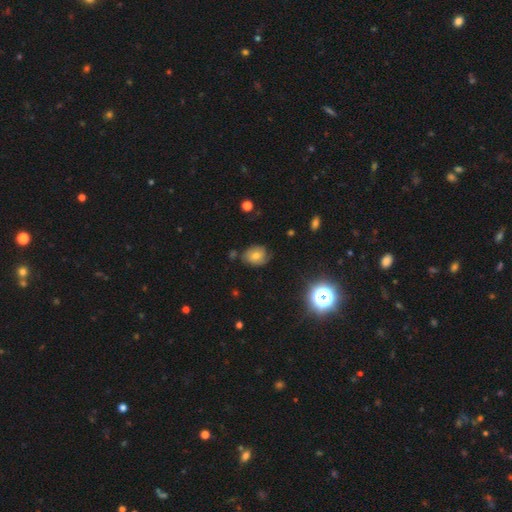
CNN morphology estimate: Q: Smooth or featured?
A: smooth (54%); runner-up: featured or disk (30%)
Q: How rounded?
A: in between (49%); tied with: round (49%)
Q: Merging?
A: none (67%); runner-up: minor disturbance (25%)